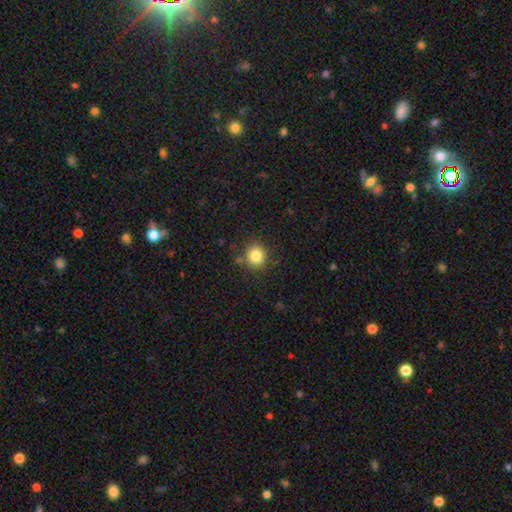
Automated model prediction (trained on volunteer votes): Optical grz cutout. It shows a smooth galaxy with no disk features (83%) that is round (83%). Merging: none (84%).